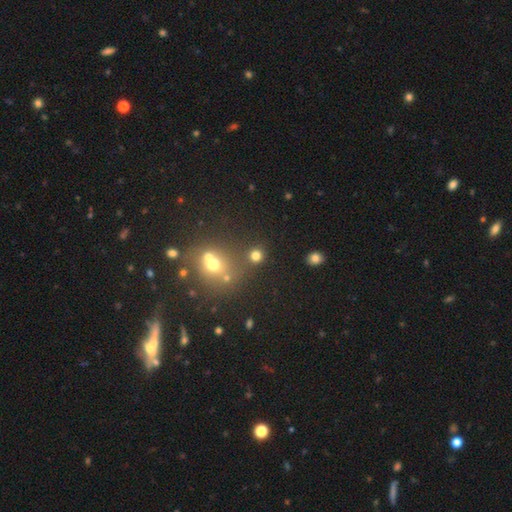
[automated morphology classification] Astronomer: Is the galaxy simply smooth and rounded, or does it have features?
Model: smooth — 75%.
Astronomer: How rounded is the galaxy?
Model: round — 89%.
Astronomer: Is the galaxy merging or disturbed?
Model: none — 74%.